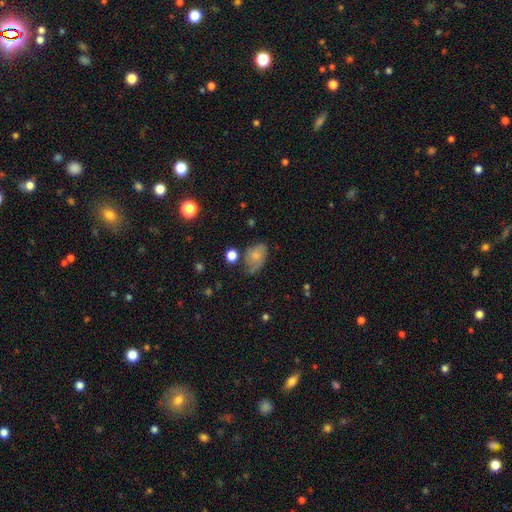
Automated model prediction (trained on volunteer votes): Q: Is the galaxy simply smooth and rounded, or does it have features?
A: smooth — 60%.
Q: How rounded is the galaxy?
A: in between — 80%.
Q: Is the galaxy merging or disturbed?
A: none — 42%.